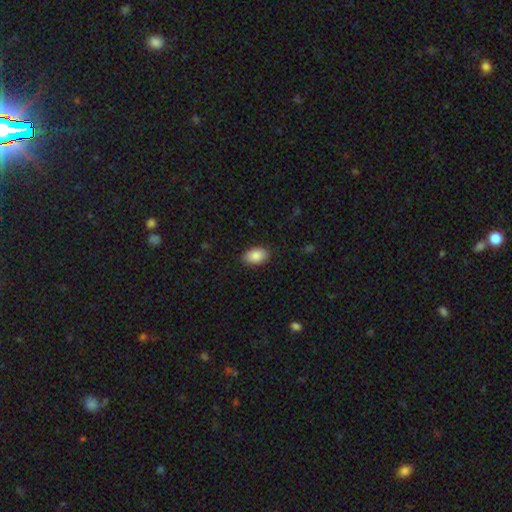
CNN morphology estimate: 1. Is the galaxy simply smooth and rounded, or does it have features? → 87% smooth, 7% star or artifact, 6% featured or disk.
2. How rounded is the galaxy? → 92% in between, 7% round, 1% cigar-shaped.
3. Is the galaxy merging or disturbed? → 87% none, 9% minor disturbance, 2% major disturbance, 1% merger.